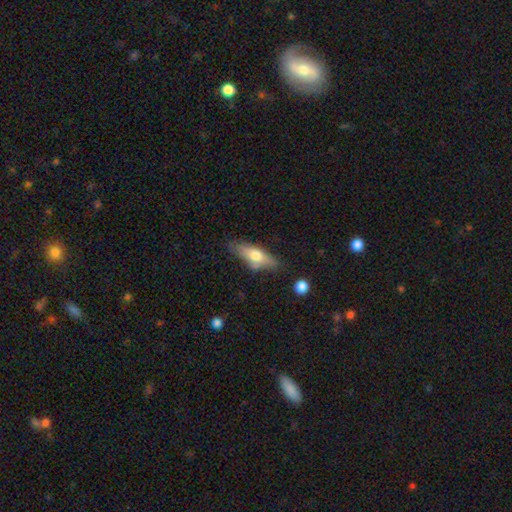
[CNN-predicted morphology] smooth_or_featured: smooth (p=0.57) [alt: featured or disk p=0.36]
how_rounded: in between (p=0.56) [alt: cigar-shaped p=0.41]
merging: none (p=0.65) [alt: minor disturbance p=0.24]